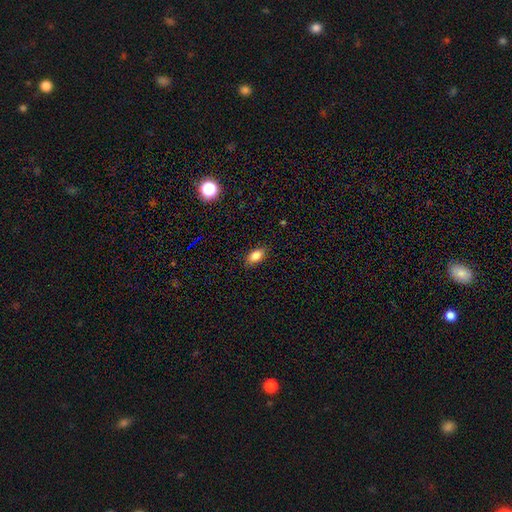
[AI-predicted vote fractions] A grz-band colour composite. It shows a smooth galaxy with no disk features (83%) that is in between round and cigar-shaped (88%). Merging: none (87%).